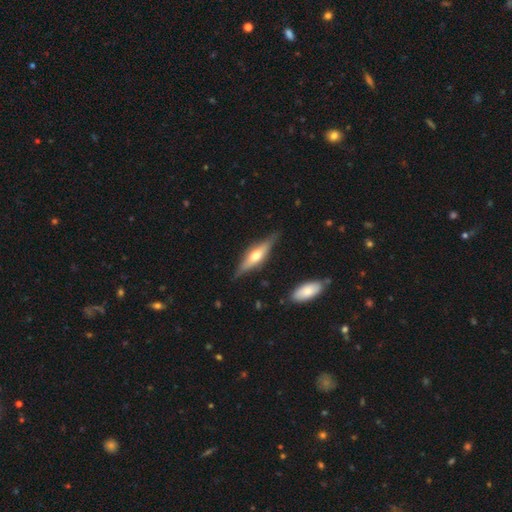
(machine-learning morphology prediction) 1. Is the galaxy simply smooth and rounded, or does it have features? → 61% featured or disk, 33% smooth, 6% star or artifact.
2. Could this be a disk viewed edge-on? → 93% yes, 7% no.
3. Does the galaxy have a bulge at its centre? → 90% rounded, 7% boxy, 3% none.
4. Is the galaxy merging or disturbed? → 81% none, 14% minor disturbance, 3% major disturbance, 2% merger.